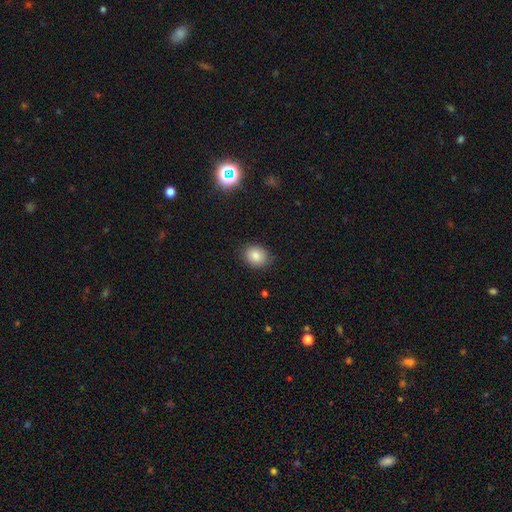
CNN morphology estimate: A smooth galaxy with no disk features (84%) that is round (54%). Merging: none (86%).